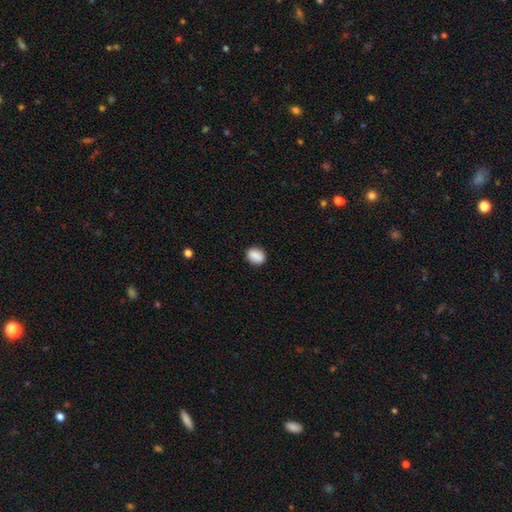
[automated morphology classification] smooth 87%, star or artifact 8%, featured or disk 5%. Down the decision tree: how rounded — in between (60%); merging — none (87%).